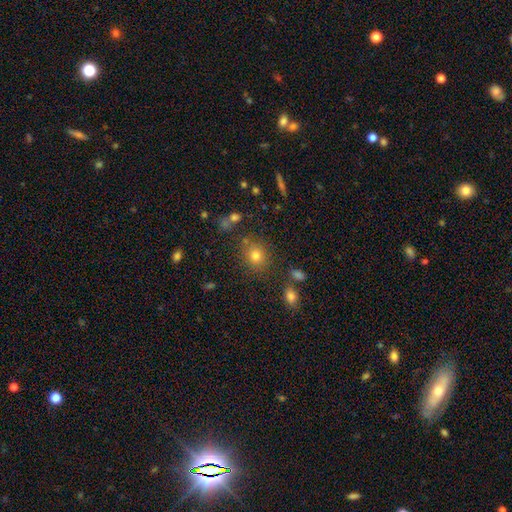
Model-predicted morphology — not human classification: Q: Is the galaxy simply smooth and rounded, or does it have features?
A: smooth — 77%.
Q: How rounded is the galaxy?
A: round — 74%.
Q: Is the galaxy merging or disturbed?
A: none — 80%.